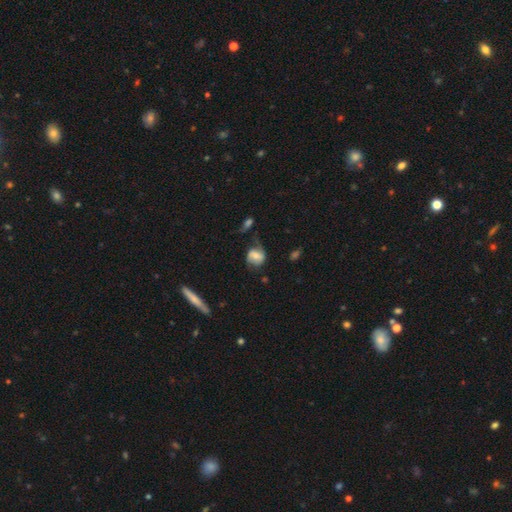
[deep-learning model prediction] Smooth or featured?
  - smooth: 51% *
  - featured or disk: 41%
  - star or artifact: 8%
How rounded?
  - round: 61% *
  - in between: 37%
  - cigar-shaped: 2%
Merging?
  - none: 53% *
  - minor disturbance: 25%
  - major disturbance: 16%
  - merger: 5%